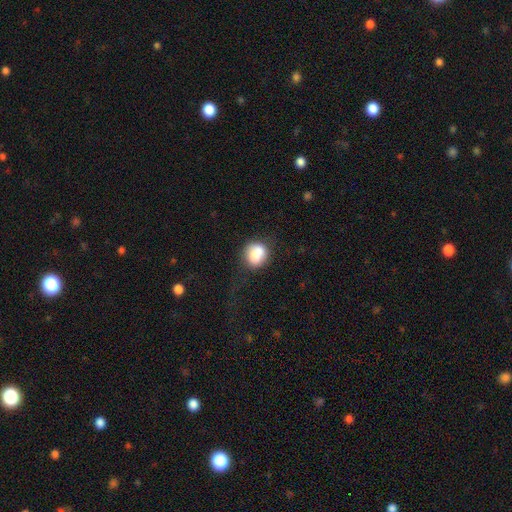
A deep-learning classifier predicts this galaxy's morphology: smooth 78%, featured or disk 13%, star or artifact 9%. Down the decision tree: how rounded — round (77%); merging — none (53%).